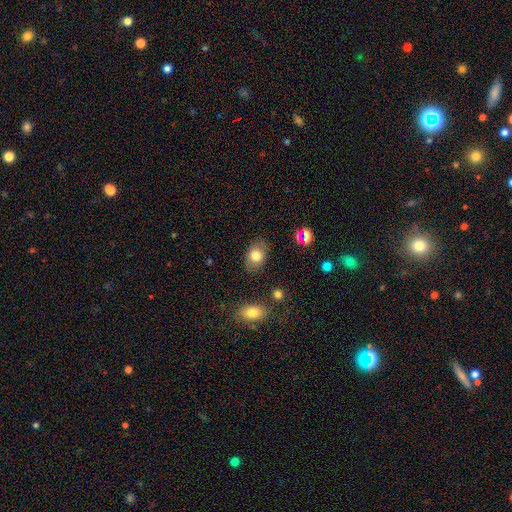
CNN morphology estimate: A smooth galaxy with no disk features (79%) that is in between round and cigar-shaped (78%). Merging: none (83%).